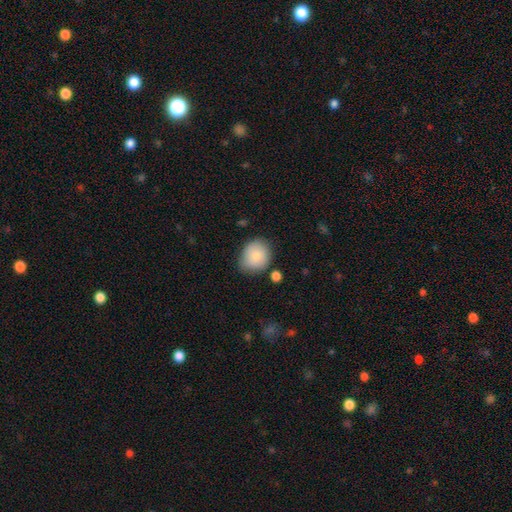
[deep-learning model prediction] A smooth galaxy with no disk features (82%) that is round (61%). Merging: none (65%).